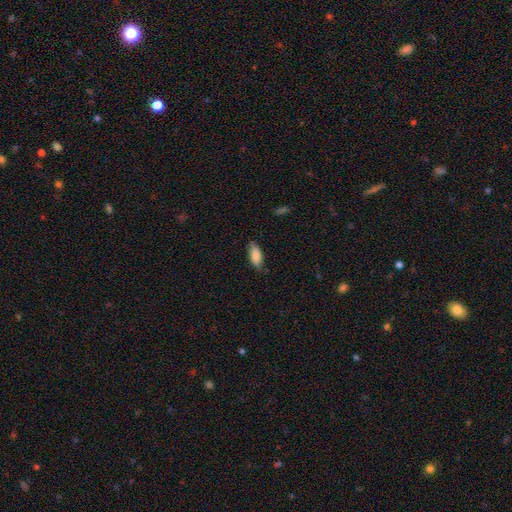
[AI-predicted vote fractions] Overall: smooth (83%). How rounded: in between (83%). Merging: none (75%).